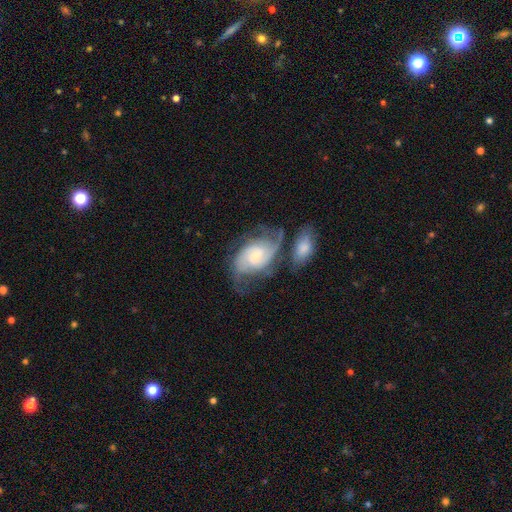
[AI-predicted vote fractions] This appears to be a featured or disk galaxy (80%) with no bar (58%), 2 (64%) medium (47%) spiral arms (95%) and a small central bulge (57%). Merging: none (40%).